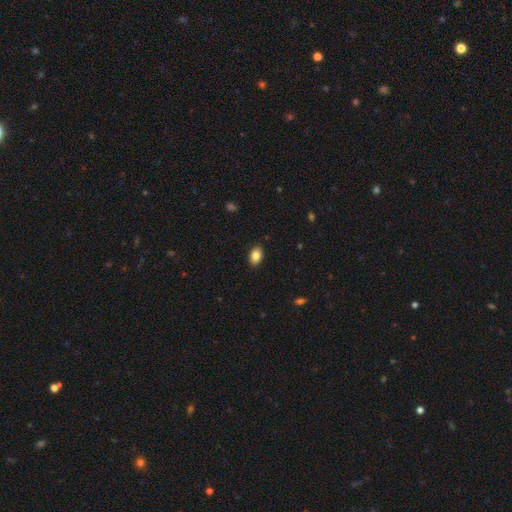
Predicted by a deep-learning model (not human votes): smooth 85%, star or artifact 8%, featured or disk 6%. Down the decision tree: how rounded — in between (87%); merging — none (88%).